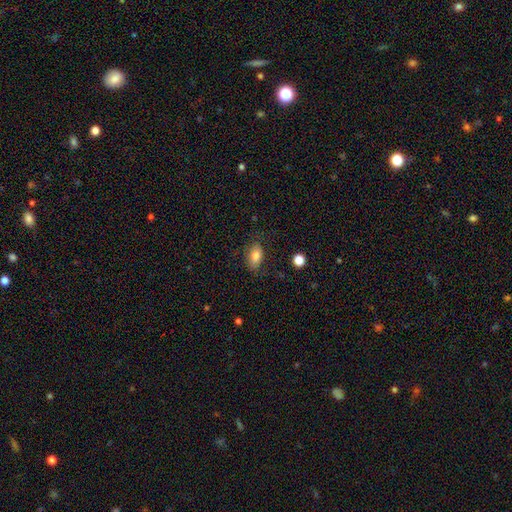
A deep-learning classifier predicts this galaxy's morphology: type=smooth (81%); roundness=in between (89%); merging=none (76%).